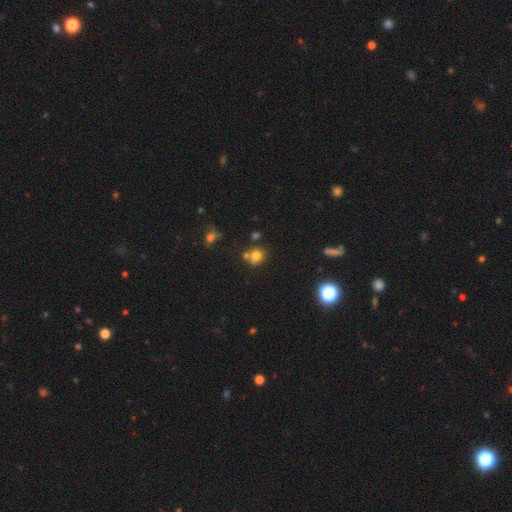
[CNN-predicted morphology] smooth_or_featured: smooth (p=0.75) [alt: star or artifact p=0.15]
how_rounded: round (p=0.77) [alt: in between p=0.22]
merging: none (p=0.58) [alt: merger p=0.25]